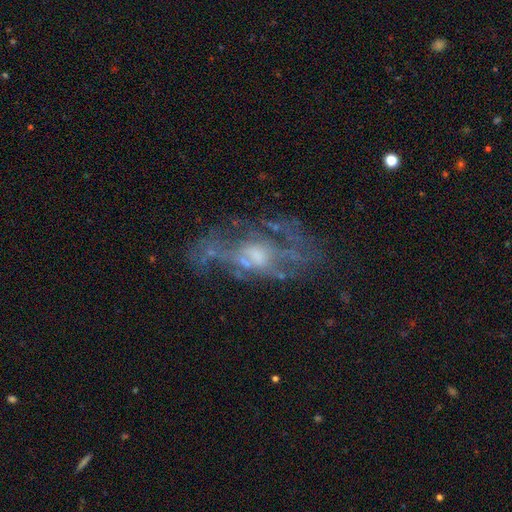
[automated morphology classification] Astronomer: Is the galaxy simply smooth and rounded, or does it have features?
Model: featured or disk — 73%.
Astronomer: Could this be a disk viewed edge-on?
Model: no — 92%.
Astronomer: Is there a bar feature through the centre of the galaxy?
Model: no — 70%.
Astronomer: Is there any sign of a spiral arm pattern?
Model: no — 54% (runner-up: yes, 46%).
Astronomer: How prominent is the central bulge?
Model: moderate — 46% (runner-up: small, 32%).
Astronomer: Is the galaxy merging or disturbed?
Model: none — 48% (runner-up: major disturbance, 28%).